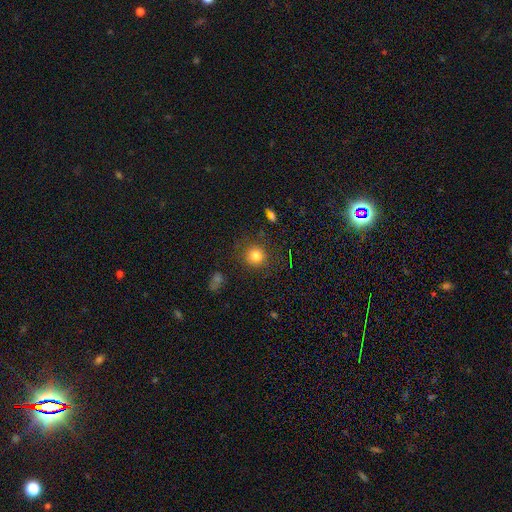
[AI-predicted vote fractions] smooth_or_featured: smooth (p=0.81) [alt: star or artifact p=0.12]
how_rounded: round (p=0.92) [alt: in between p=0.07]
merging: none (p=0.86) [alt: minor disturbance p=0.09]